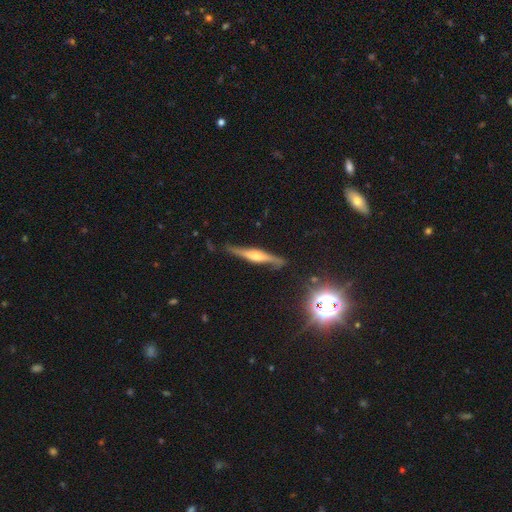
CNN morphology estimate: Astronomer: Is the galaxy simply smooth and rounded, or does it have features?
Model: featured or disk — 71%.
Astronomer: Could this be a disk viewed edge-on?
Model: yes — 88%.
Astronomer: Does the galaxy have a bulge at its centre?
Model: rounded — 73%.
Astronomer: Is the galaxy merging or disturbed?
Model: none — 75%.